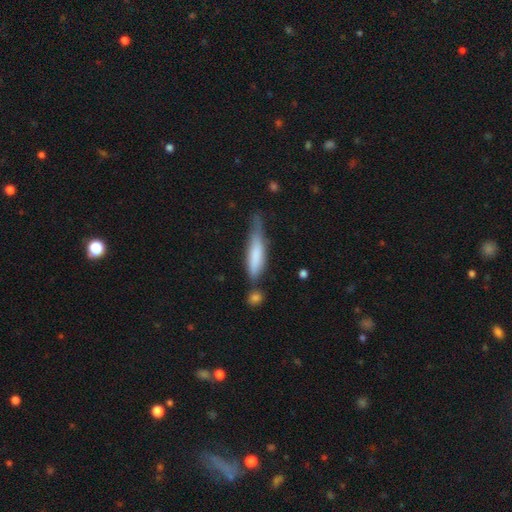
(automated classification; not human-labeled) Smooth or featured? Predicted: smooth (p=0.70). How rounded? Predicted: cigar-shaped (p=0.79). Merging? Predicted: none (p=0.40).